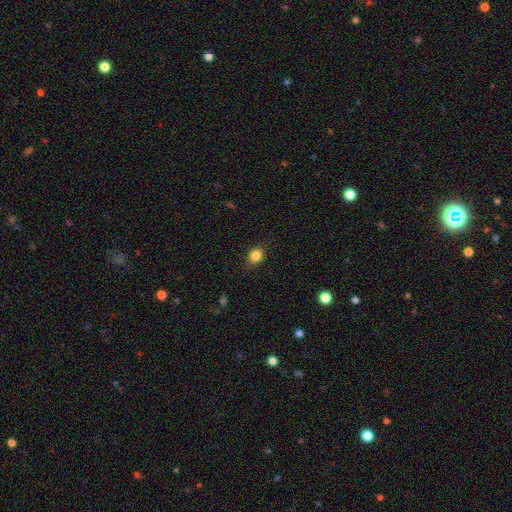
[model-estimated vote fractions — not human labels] smooth_or_featured: smooth (p=0.84) [alt: star or artifact p=0.11]
how_rounded: round (p=0.63) [alt: in between p=0.36]
merging: none (p=0.81) [alt: minor disturbance p=0.15]